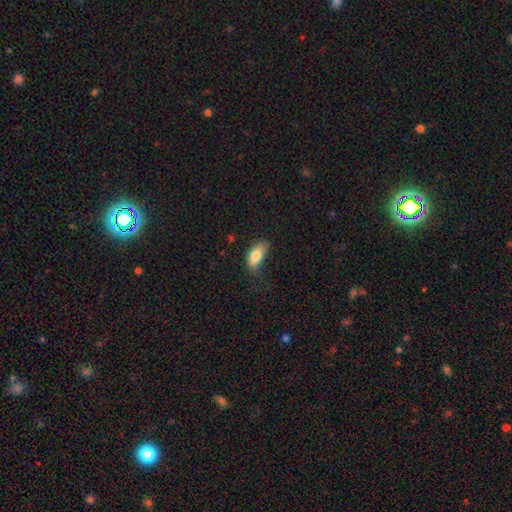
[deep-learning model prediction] A smooth galaxy with no disk features (81%) that is in between round and cigar-shaped (89%). Merging: none (44%).